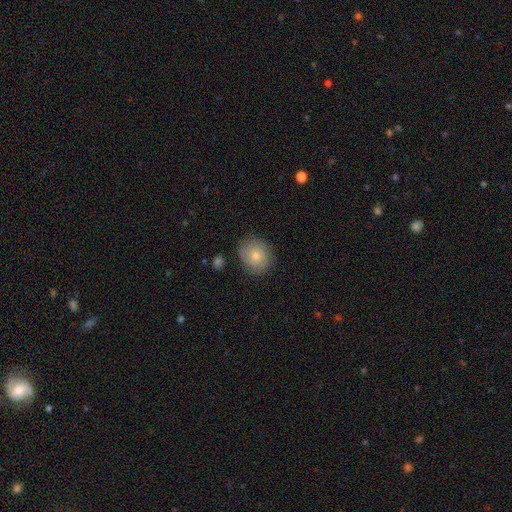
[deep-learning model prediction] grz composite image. It shows a smooth galaxy with no disk features (75%) that is round (73%). Merging: none (80%).